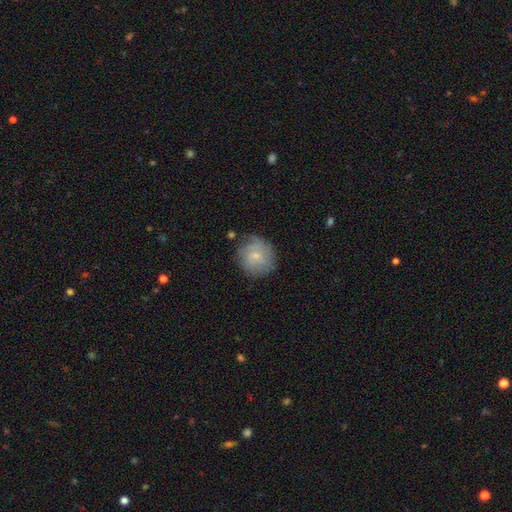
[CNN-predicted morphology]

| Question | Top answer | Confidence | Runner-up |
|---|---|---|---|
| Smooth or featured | smooth | 66% | featured or disk (26%) |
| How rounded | round | 91% | in between (8%) |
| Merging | none | 72% | minor disturbance (20%) |